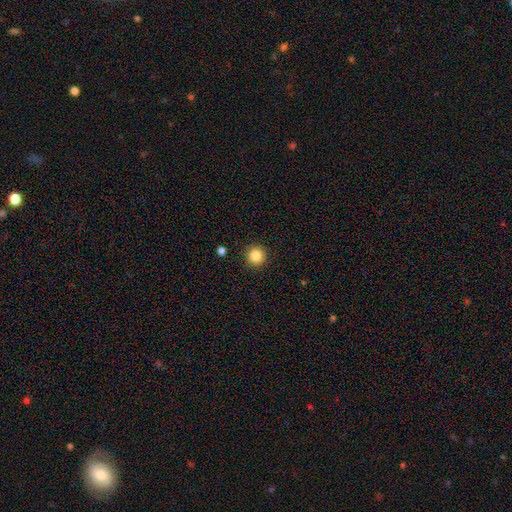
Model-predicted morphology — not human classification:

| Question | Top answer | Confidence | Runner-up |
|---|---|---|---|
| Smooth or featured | smooth | 86% | star or artifact (10%) |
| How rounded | round | 95% | in between (4%) |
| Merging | none | 92% | minor disturbance (5%) |